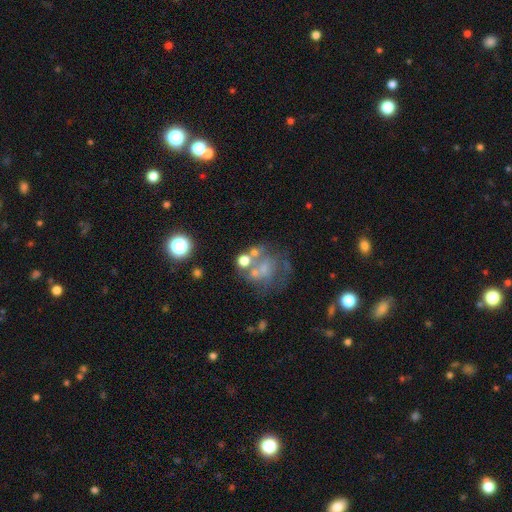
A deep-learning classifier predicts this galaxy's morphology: A featured or disk galaxy (46%). Merging: none (35%).